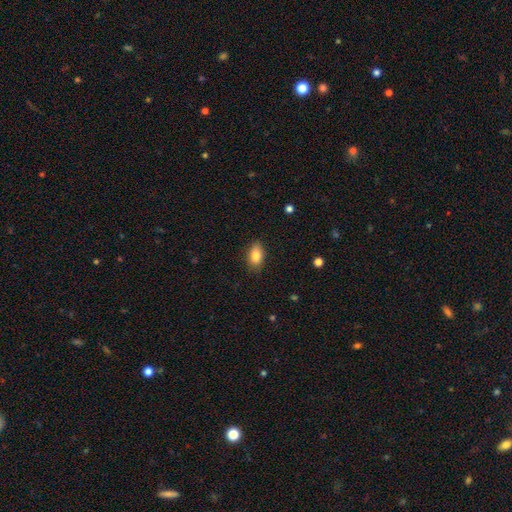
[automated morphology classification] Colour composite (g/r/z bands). It shows a smooth galaxy with no disk features (84%) that is in between round and cigar-shaped (89%). Merging: none (84%).